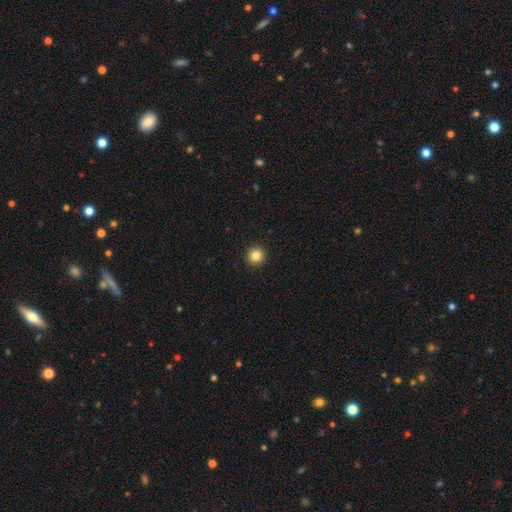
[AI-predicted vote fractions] smooth-or-featured: smooth: 84% | star or artifact: 11% | featured or disk: 5%
  how-rounded: round: 96% | in between: 3% | cigar-shaped: 1%
  merging: none: 94% | minor disturbance: 4% | major disturbance: 1% | merger: 1%